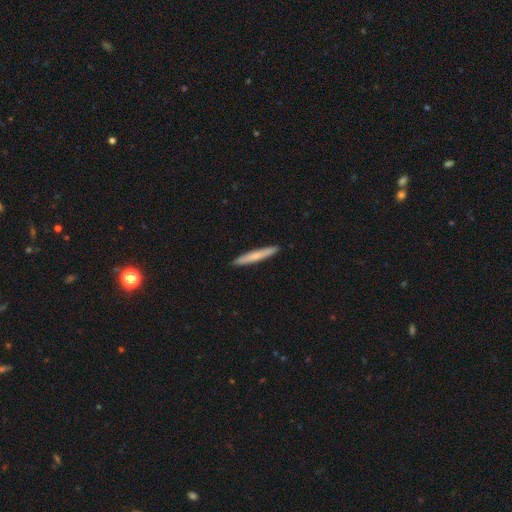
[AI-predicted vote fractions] Smooth or featured?
  - smooth: 66% *
  - featured or disk: 29%
  - star or artifact: 5%
How rounded?
  - cigar-shaped: 96% *
  - in between: 3%
  - round: 1%
Merging?
  - none: 92% *
  - minor disturbance: 6%
  - major disturbance: 1%
  - merger: 1%